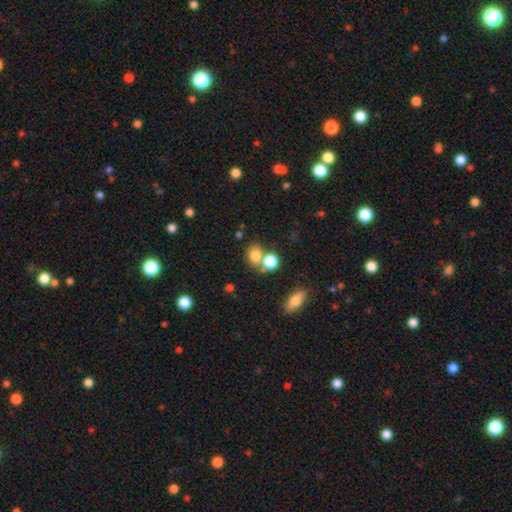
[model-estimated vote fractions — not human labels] This appears to be a smooth galaxy with no disk features (78%) that is round (53%). Merging: none (52%).